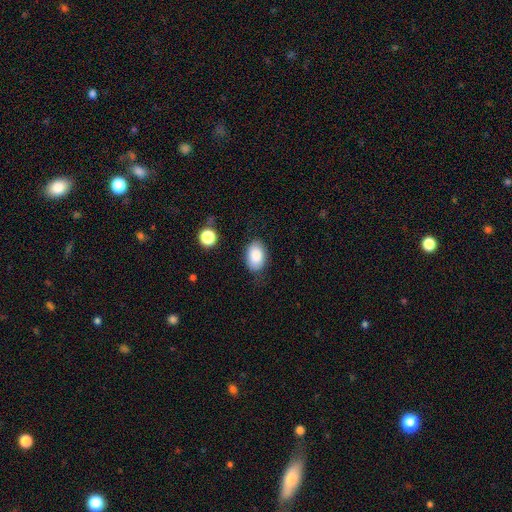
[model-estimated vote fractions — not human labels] smooth_or_featured: smooth (p=0.86) [alt: star or artifact p=0.07]
how_rounded: in between (p=0.87) [alt: round p=0.12]
merging: none (p=0.79) [alt: minor disturbance p=0.15]